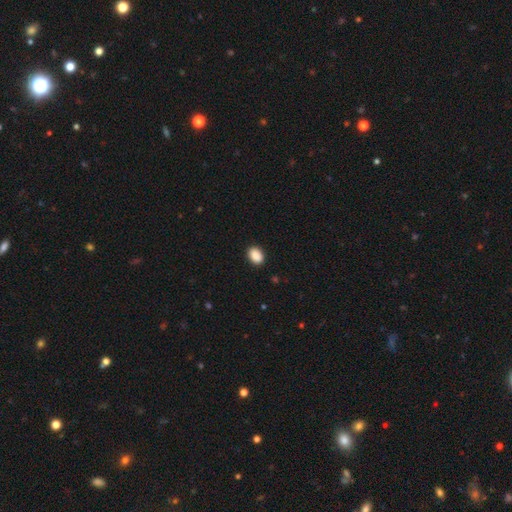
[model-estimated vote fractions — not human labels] Smooth or featured?
  - smooth: 90% *
  - star or artifact: 8%
  - featured or disk: 3%
How rounded?
  - in between: 81% *
  - round: 18%
  - cigar-shaped: 1%
Merging?
  - none: 89% *
  - minor disturbance: 8%
  - major disturbance: 2%
  - merger: 1%